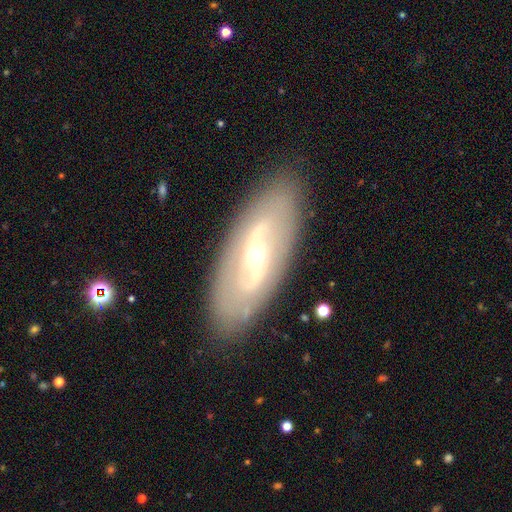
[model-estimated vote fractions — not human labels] featured or disk 77%, smooth 17%, star or artifact 6%. Down the decision tree: edge-on disk — no (89%); bar — weak (45%); spiral arms — yes (71%); bulge size — small (57%); merging — none (86%).